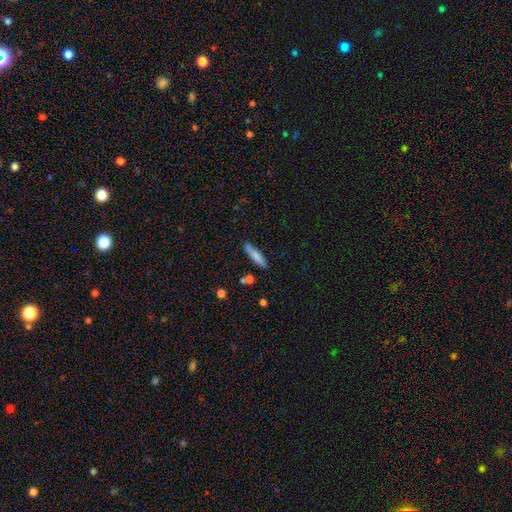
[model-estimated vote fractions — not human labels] smooth_or_featured: smooth (p=0.77) [alt: featured or disk p=0.16]
how_rounded: cigar-shaped (p=0.83) [alt: in between p=0.15]
merging: none (p=0.82) [alt: minor disturbance p=0.12]